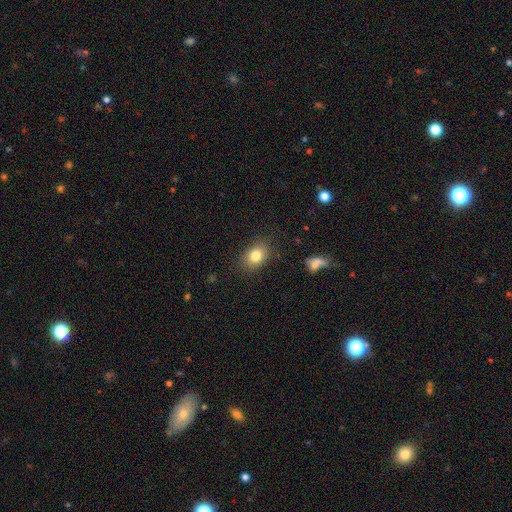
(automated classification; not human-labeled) Smooth or featured? smooth (81%)
How rounded? in between (68%)
Merging? none (82%)